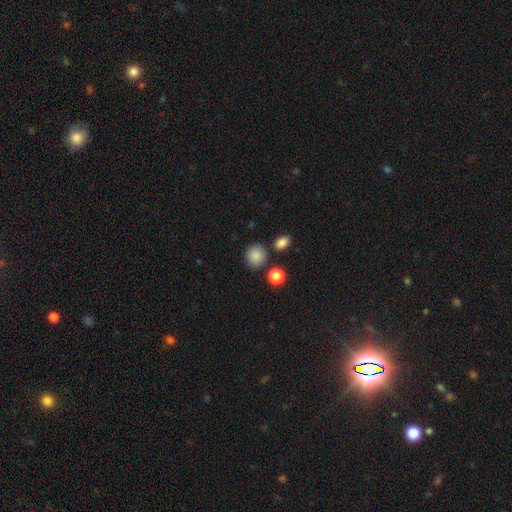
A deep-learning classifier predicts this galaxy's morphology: smooth-or-featured: smooth: 86% | star or artifact: 10% | featured or disk: 4%
  how-rounded: round: 86% | in between: 13% | cigar-shaped: 1%
  merging: none: 80% | minor disturbance: 9% | merger: 7% | major disturbance: 3%